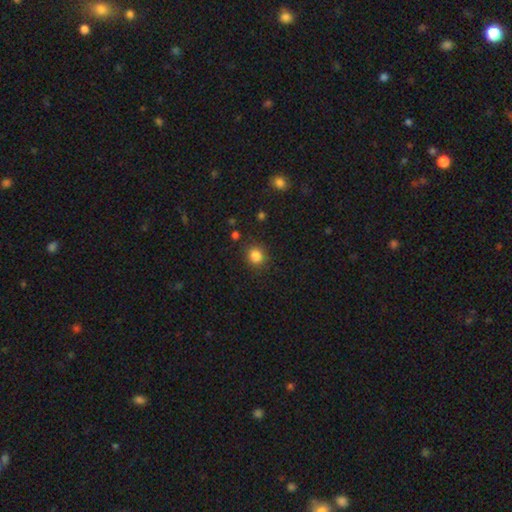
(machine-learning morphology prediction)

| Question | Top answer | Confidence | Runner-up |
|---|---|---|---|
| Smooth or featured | smooth | 85% | star or artifact (11%) |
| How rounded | round | 84% | in between (16%) |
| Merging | none | 86% | minor disturbance (9%) |